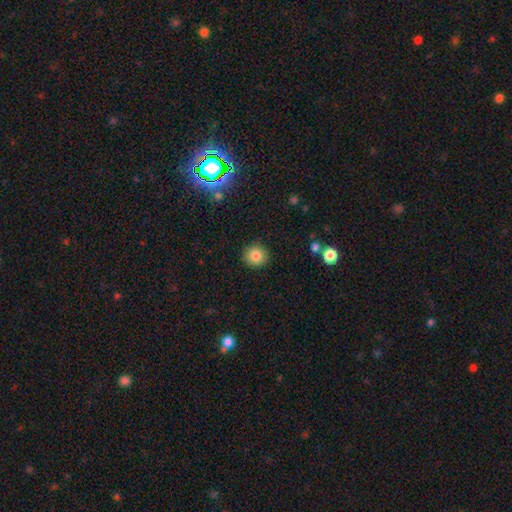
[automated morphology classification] Smooth or featured?
  - smooth: 83% *
  - star or artifact: 10%
  - featured or disk: 6%
How rounded?
  - round: 92% *
  - in between: 7%
  - cigar-shaped: 1%
Merging?
  - none: 91% *
  - minor disturbance: 6%
  - major disturbance: 2%
  - merger: 1%